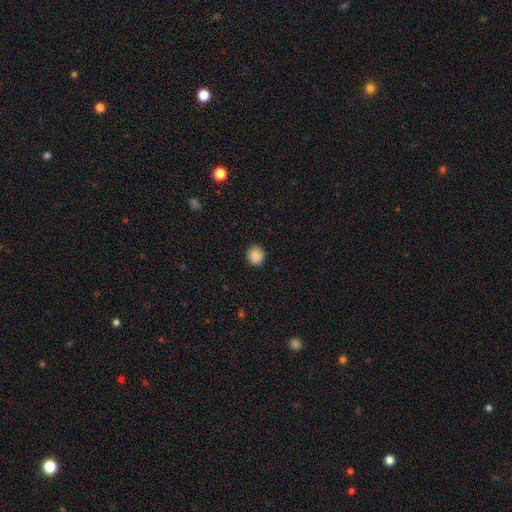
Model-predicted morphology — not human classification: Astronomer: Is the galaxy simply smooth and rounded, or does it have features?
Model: smooth — 88%.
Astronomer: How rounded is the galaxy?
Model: round — 87%.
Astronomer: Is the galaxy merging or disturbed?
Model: none — 89%.